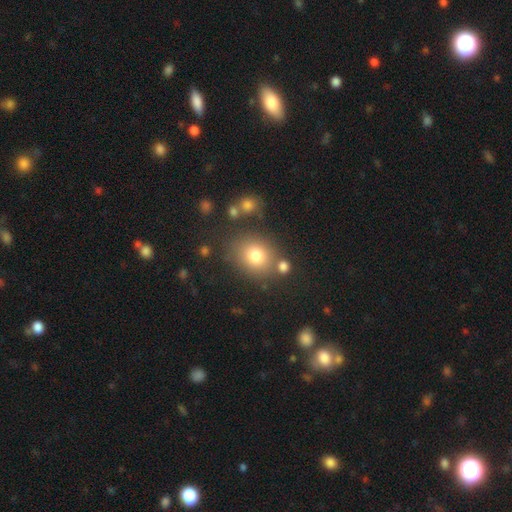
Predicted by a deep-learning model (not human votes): Overall: smooth (78%). How rounded: round (67%; in between 32%). Merging: none (72%).